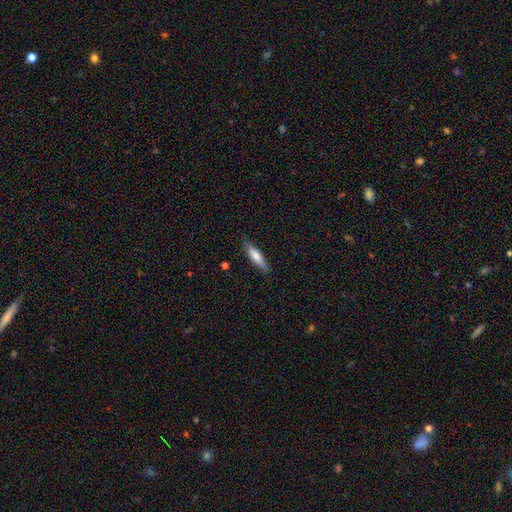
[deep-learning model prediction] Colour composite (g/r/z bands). It shows a smooth galaxy with no disk features (68%) that is cigar-shaped (78%). Merging: none (84%).